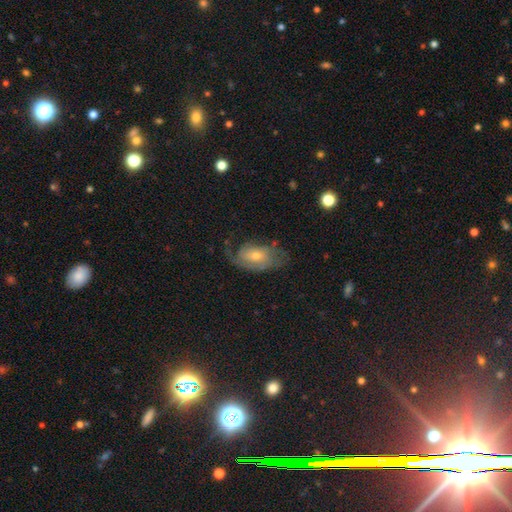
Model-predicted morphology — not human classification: Smooth or featured? Predicted: featured or disk (p=0.69). Edge-on disk? Predicted: no (p=0.95). Bar? Predicted: no (p=0.66). Spiral arms? Predicted: yes (p=0.88). Spiral winding? Predicted: medium (p=0.40). Spiral arm count? Predicted: 2 (p=0.42). Bulge size? Predicted: small (p=0.49). Merging? Predicted: none (p=0.57).